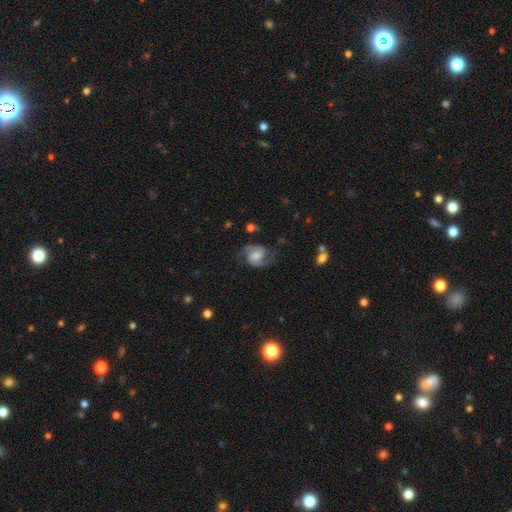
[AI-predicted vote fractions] Smooth or featured?
  - featured or disk: 89% *
  - smooth: 6%
  - star or artifact: 5%
Edge-on disk?
  - no: 98% *
  - yes: 2%
Bar?
  - weak: 48% *
  - no: 37%
  - strong: 15%
Spiral arms?
  - yes: 98% *
  - no: 2%
Spiral winding?
  - medium: 59% *
  - loose: 21%
  - tight: 20%
Spiral arm count?
  - 2: 94% *
  - can't tell: 2%
  - 1: 1%
  - 3: 1%
  - 4: 1%
  - more than 4: 1%
Bulge size?
  - moderate: 41% *
  - small: 25%
  - none: 17%
  - large: 14%
  - dominant: 2%
Merging?
  - none: 78% *
  - minor disturbance: 14%
  - major disturbance: 6%
  - merger: 2%